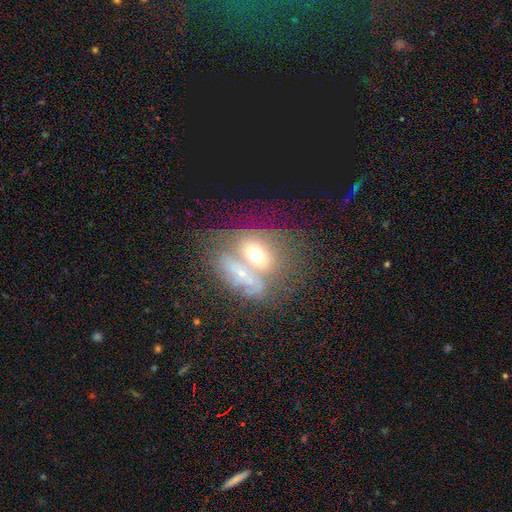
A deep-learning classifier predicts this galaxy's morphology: type=featured or disk (47%); merging=merger (64%).